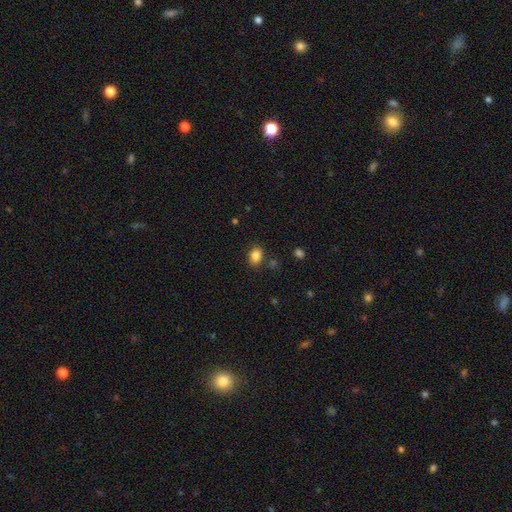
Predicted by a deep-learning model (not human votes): Q: Smooth or featured?
A: smooth (85%); runner-up: star or artifact (10%)
Q: How rounded?
A: in between (71%); runner-up: round (28%)
Q: Merging?
A: none (82%); runner-up: minor disturbance (11%)